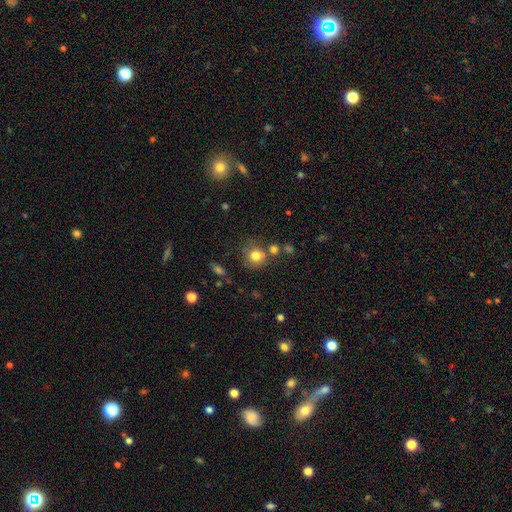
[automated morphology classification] This appears to be a smooth galaxy with no disk features (78%) that is round (84%). Merging: none (63%).